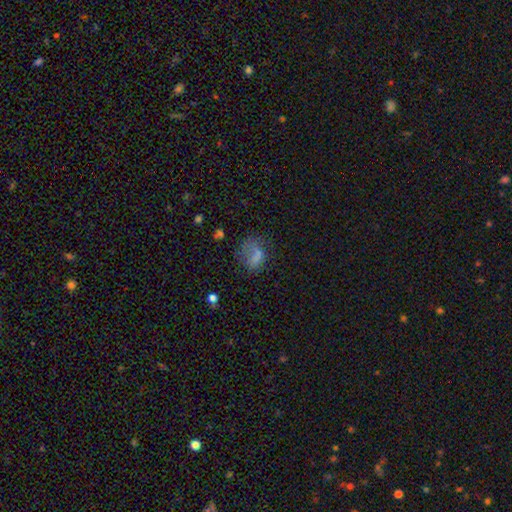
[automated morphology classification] A smooth galaxy with no disk features (64%) that is in between round and cigar-shaped (61%). Merging: major disturbance (36%).